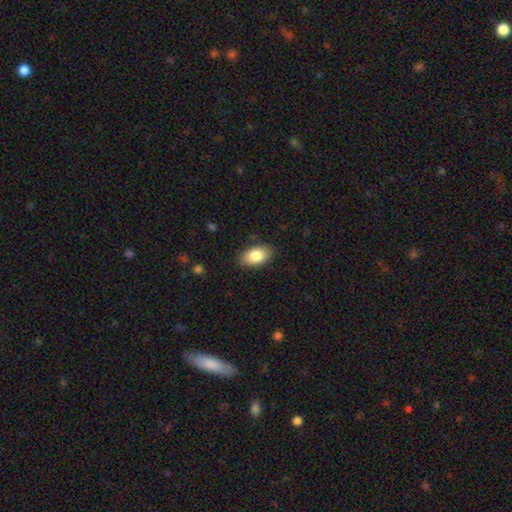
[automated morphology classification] Q: Smooth or featured?
A: smooth (84%); runner-up: featured or disk (10%)
Q: How rounded?
A: in between (93%); runner-up: round (5%)
Q: Merging?
A: none (86%); runner-up: minor disturbance (11%)